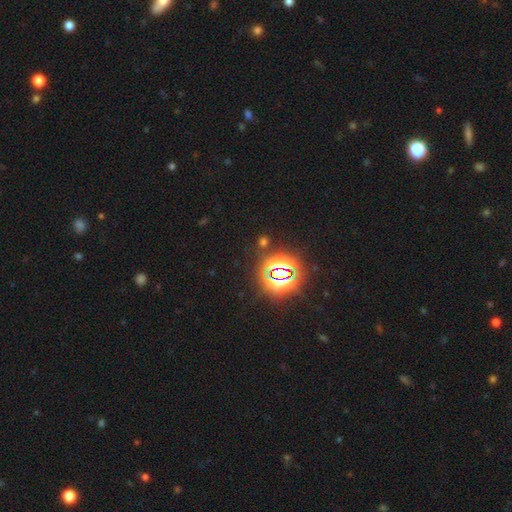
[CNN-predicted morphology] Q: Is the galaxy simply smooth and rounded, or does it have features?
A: star or artifact — 82%.